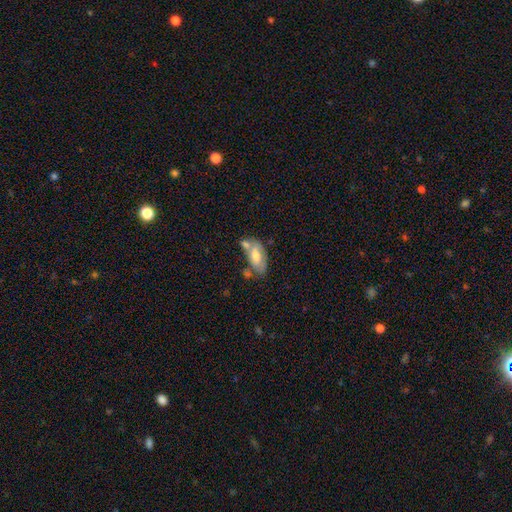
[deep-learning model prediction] Smooth or featured: smooth — 56% (featured or disk — 38%)
How rounded: in between — 88% (cigar-shaped — 8%)
Merging: none — 39% (merger — 32%)